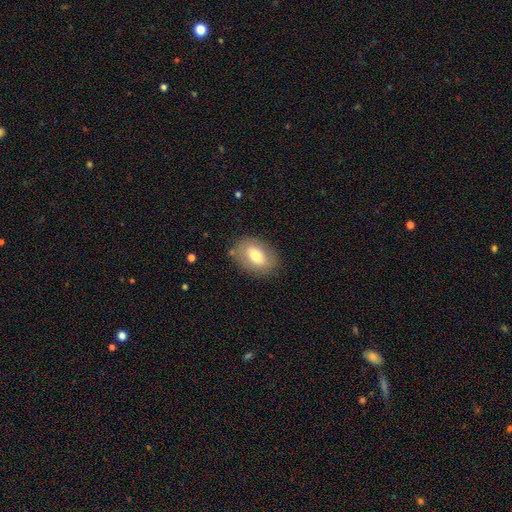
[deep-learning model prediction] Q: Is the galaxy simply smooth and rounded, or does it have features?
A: smooth — 71%.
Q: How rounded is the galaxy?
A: in between — 82%.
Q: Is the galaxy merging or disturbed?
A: none — 82%.